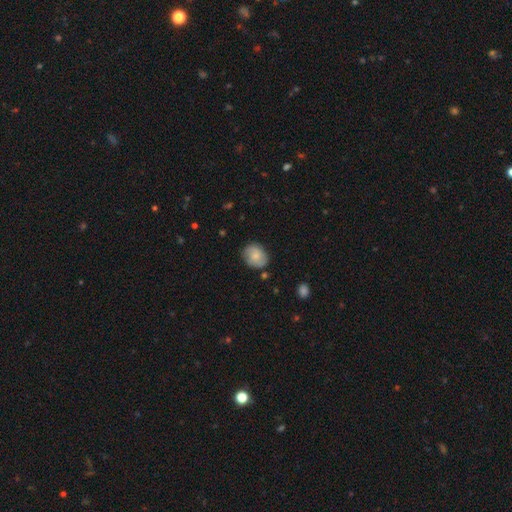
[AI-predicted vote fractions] Smooth or featured: smooth — 72% (featured or disk — 20%)
How rounded: round — 52% (in between — 47%)
Merging: none — 76% (minor disturbance — 18%)